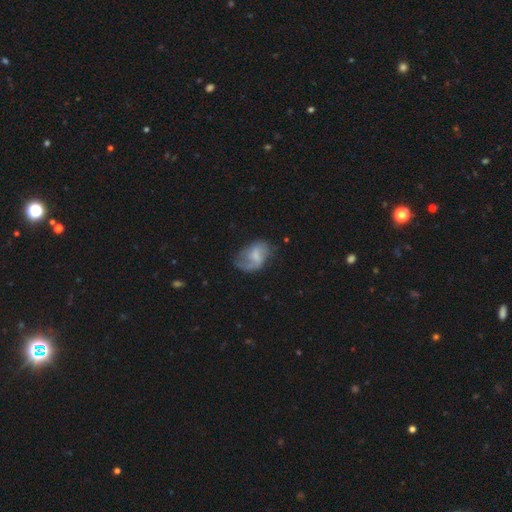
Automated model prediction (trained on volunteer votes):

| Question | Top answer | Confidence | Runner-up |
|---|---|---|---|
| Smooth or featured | featured or disk | 53% | smooth (39%) |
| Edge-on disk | no | 97% | yes (3%) |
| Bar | weak | 50% | no (34%) |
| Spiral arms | yes | 74% | no (26%) |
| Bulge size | none | 36% | small (31%) |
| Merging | none | 45% | minor disturbance (29%) |